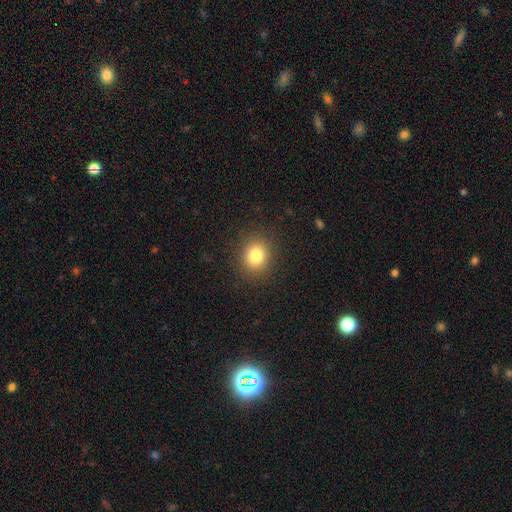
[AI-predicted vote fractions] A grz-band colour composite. It shows a smooth galaxy with no disk features (80%) that is round (78%). Merging: none (89%).